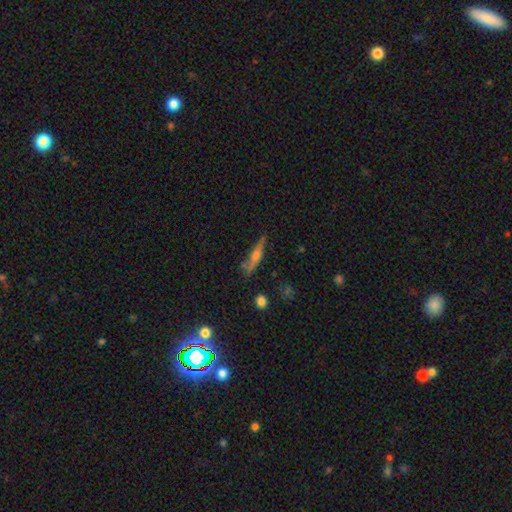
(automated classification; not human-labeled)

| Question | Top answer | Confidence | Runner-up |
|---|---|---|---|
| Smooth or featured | featured or disk | 52% | smooth (39%) |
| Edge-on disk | yes | 91% | no (9%) |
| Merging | none | 74% | minor disturbance (18%) |